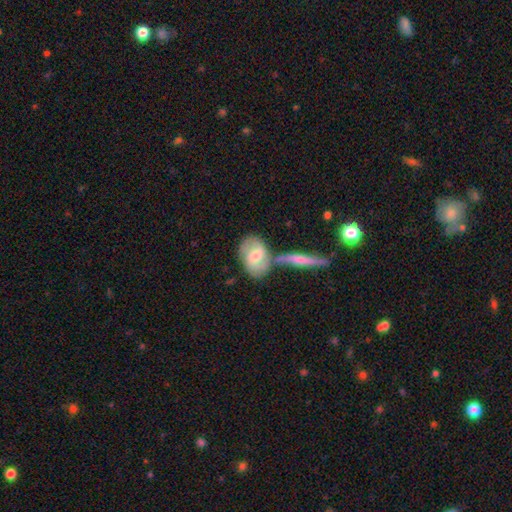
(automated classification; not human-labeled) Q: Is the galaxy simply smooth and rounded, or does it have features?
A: smooth — 48%.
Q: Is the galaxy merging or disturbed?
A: none — 44%.